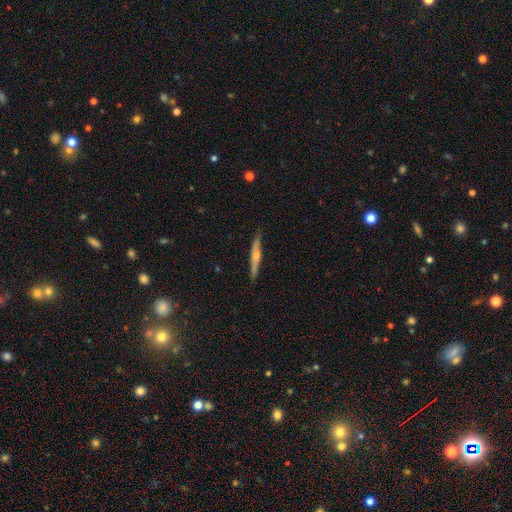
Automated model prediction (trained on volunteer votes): Q: Smooth or featured?
A: featured or disk (66%); runner-up: smooth (28%)
Q: Edge-on disk?
A: yes (97%); runner-up: no (3%)
Q: Edge-on bulge?
A: rounded (83%); runner-up: none (12%)
Q: Merging?
A: none (88%); runner-up: minor disturbance (9%)